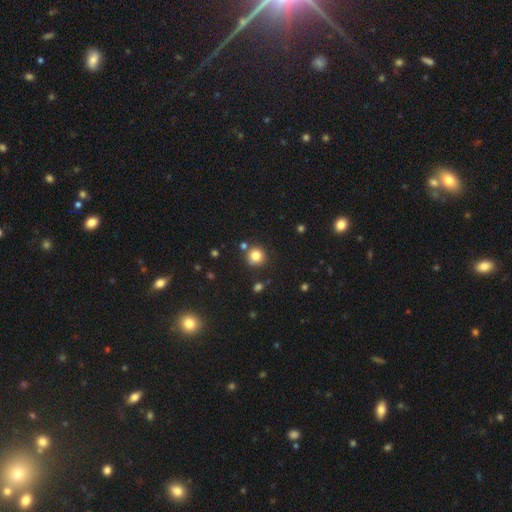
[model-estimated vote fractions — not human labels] Q: Smooth or featured?
A: smooth (81%); runner-up: star or artifact (12%)
Q: How rounded?
A: round (92%); runner-up: in between (7%)
Q: Merging?
A: none (81%); runner-up: minor disturbance (9%)